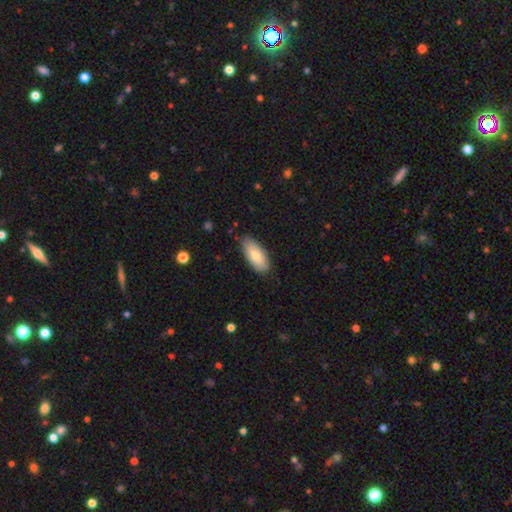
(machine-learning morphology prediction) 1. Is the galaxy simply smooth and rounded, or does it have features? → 81% smooth, 13% featured or disk, 6% star or artifact.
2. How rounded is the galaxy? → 88% in between, 11% cigar-shaped, 2% round.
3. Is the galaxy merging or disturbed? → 81% none, 15% minor disturbance, 2% major disturbance, 1% merger.